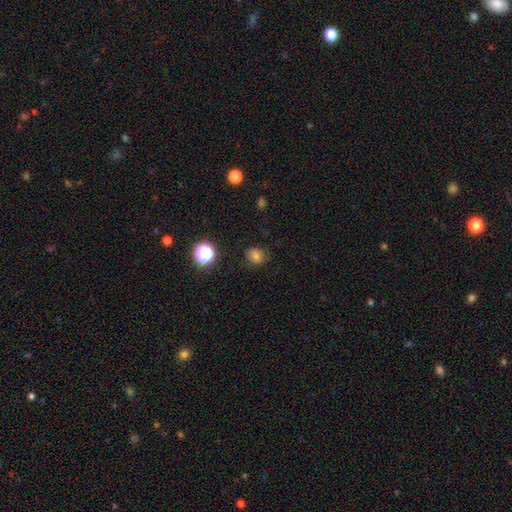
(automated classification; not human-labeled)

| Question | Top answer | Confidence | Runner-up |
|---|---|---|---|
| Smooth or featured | smooth | 76% | star or artifact (16%) |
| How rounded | round | 64% | in between (35%) |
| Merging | none | 79% | minor disturbance (15%) |